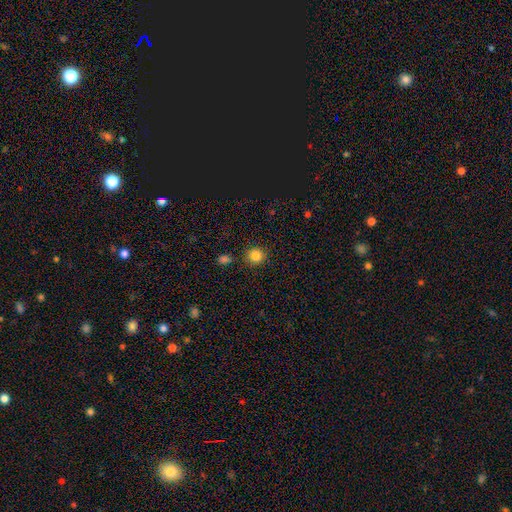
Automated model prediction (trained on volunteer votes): Morphology: type=smooth (84%); roundness=round (90%); merging=none (86%).